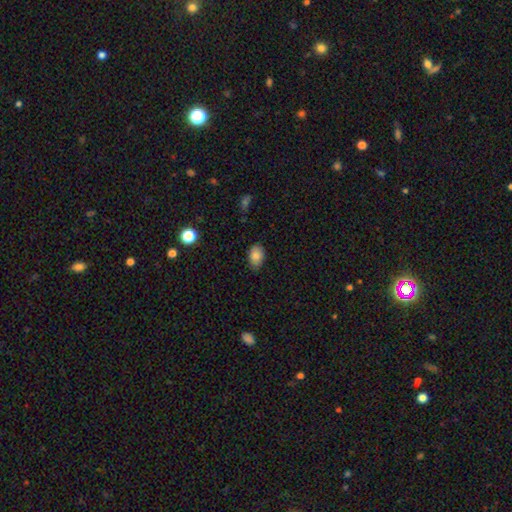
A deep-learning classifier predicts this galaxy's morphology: type=smooth (82%); roundness=in between (87%); merging=none (80%).